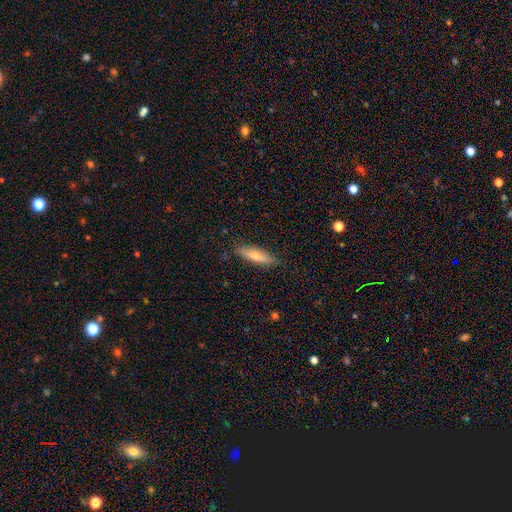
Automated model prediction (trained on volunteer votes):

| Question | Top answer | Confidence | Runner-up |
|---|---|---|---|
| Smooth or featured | smooth | 58% | featured or disk (36%) |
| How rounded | cigar-shaped | 71% | in between (27%) |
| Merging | none | 87% | minor disturbance (10%) |